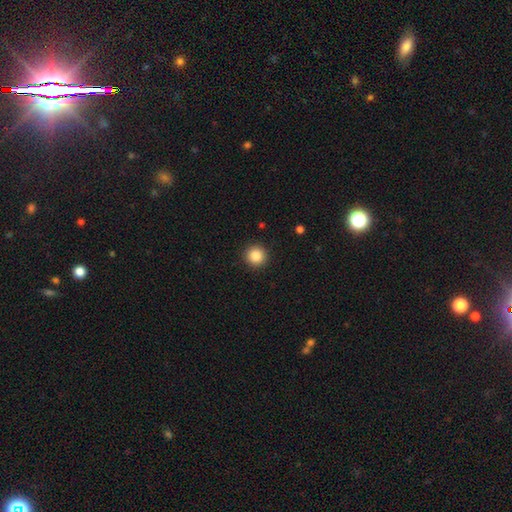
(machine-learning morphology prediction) smooth 86%, star or artifact 10%, featured or disk 4%. Down the decision tree: how rounded — round (95%); merging — none (92%).